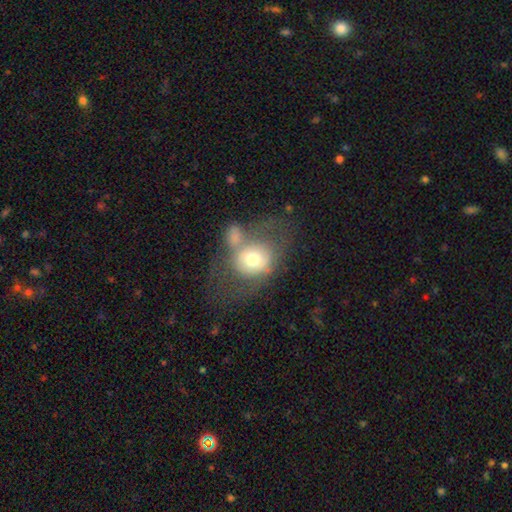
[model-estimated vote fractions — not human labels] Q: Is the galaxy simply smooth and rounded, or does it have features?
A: smooth — 53%.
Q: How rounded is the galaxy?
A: round — 53%.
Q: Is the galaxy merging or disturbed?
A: merger — 34%.